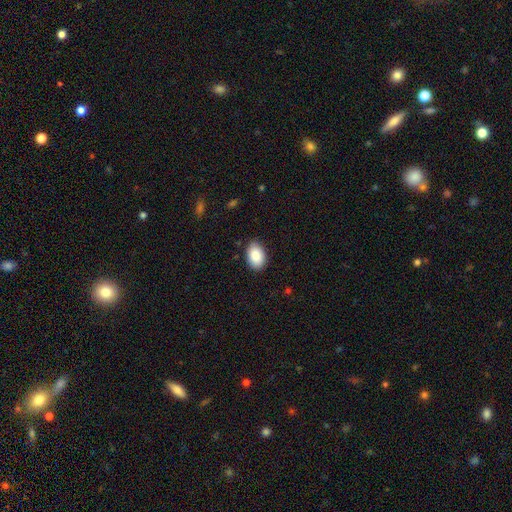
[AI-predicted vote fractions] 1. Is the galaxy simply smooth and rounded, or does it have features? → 89% smooth, 6% star or artifact, 4% featured or disk.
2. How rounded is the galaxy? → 89% in between, 10% round, 1% cigar-shaped.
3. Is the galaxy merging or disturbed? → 85% none, 12% minor disturbance, 2% major disturbance, 1% merger.